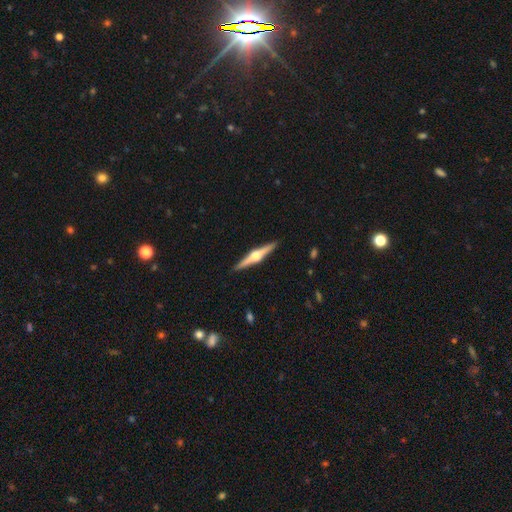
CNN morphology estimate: Overall: featured or disk (80%). Edge-on disk: yes (98%). Edge-on bulge: rounded (95%). Merging: none (92%).